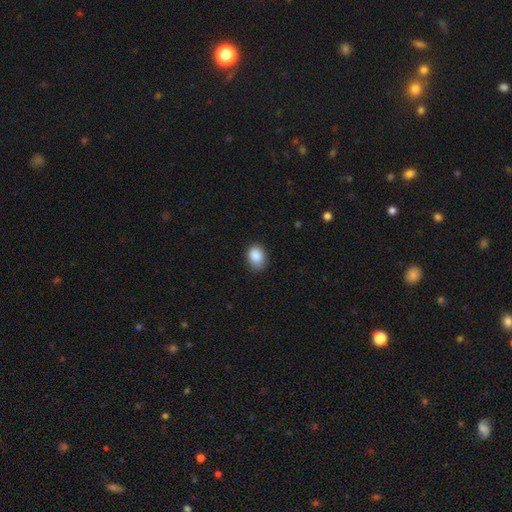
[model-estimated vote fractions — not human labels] smooth 88%, star or artifact 8%, featured or disk 4%. Down the decision tree: how rounded — in between (72%); merging — none (76%).